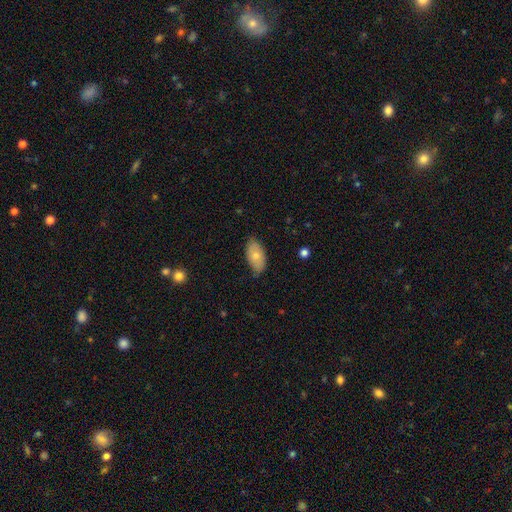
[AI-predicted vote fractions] Q: Smooth or featured?
A: smooth (73%); runner-up: featured or disk (21%)
Q: How rounded?
A: in between (94%); runner-up: round (4%)
Q: Merging?
A: none (76%); runner-up: minor disturbance (20%)